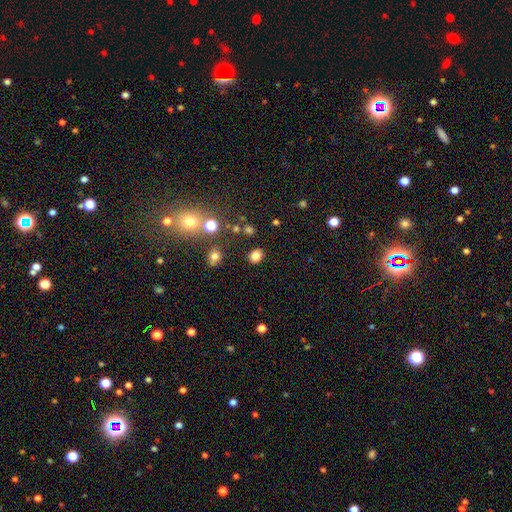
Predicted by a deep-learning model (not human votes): Smooth or featured?
  - smooth: 80% *
  - star or artifact: 15%
  - featured or disk: 5%
How rounded?
  - round: 61% *
  - in between: 38%
  - cigar-shaped: 1%
Merging?
  - none: 86% *
  - minor disturbance: 8%
  - merger: 3%
  - major disturbance: 3%